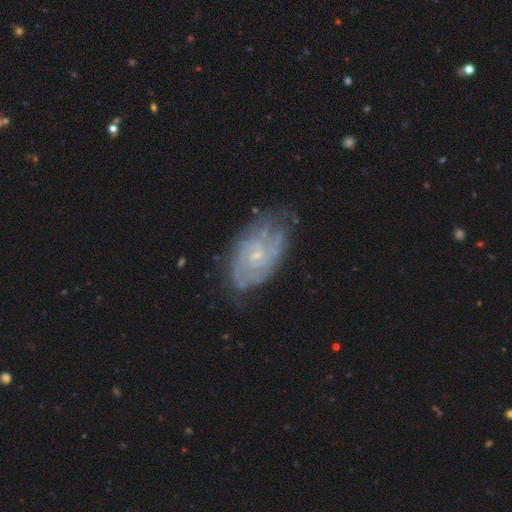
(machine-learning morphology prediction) Smooth or featured?
  - featured or disk: 74% *
  - smooth: 16%
  - star or artifact: 10%
Edge-on disk?
  - no: 95% *
  - yes: 5%
Bar?
  - no: 76% *
  - weak: 20%
  - strong: 4%
Spiral arms?
  - yes: 88% *
  - no: 12%
Spiral winding?
  - tight: 59% *
  - medium: 31%
  - loose: 10%
Spiral arm count?
  - can't tell: 45% *
  - 2: 21%
  - 3: 13%
  - 4: 9%
  - more than 4: 6%
  - 1: 5%
Bulge size?
  - small: 75% *
  - moderate: 19%
  - none: 4%
  - large: 1%
  - dominant: 1%
Merging?
  - none: 69% *
  - minor disturbance: 21%
  - major disturbance: 8%
  - merger: 2%